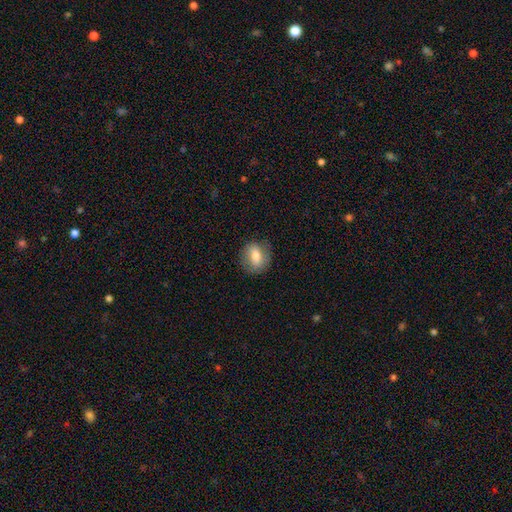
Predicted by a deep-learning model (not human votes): A smooth galaxy with no disk features (70%) that is round (56%). Merging: none (81%).